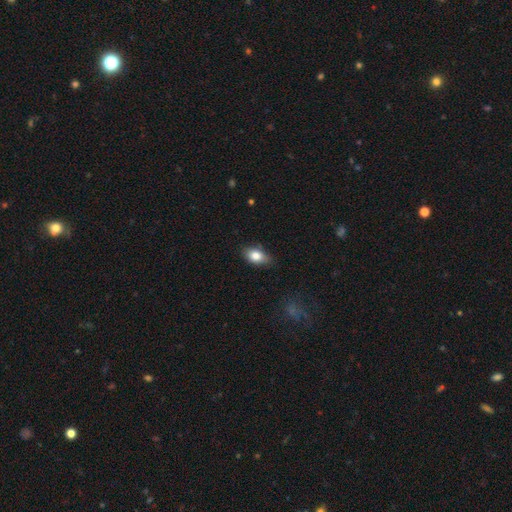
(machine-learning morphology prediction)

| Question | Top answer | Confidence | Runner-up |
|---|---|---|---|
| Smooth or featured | smooth | 81% | featured or disk (11%) |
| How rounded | in between | 87% | round (10%) |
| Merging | none | 77% | minor disturbance (19%) |